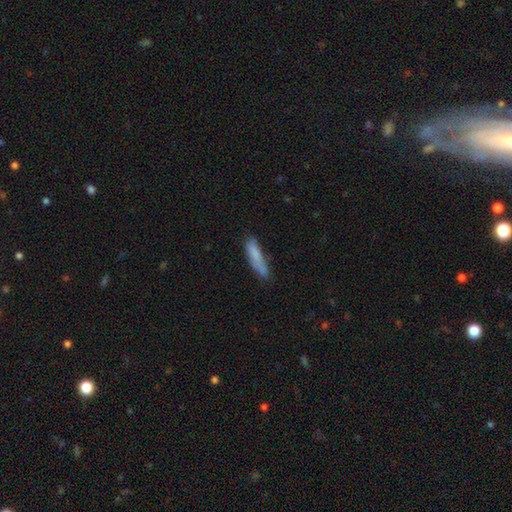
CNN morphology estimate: A smooth galaxy with no disk features (77%) that is cigar-shaped (82%). Merging: none (65%).